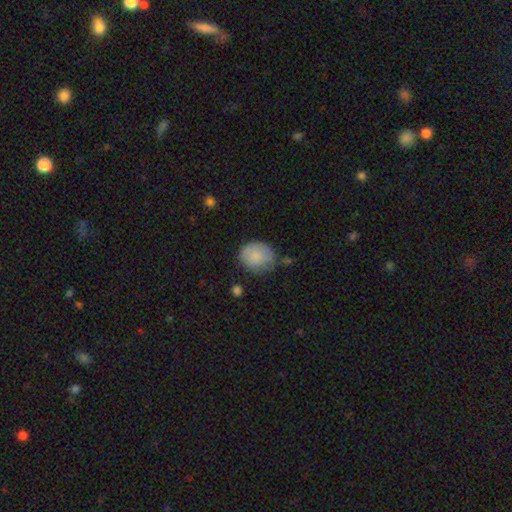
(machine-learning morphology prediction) This appears to be a smooth galaxy with no disk features (80%) that is round (69%). Merging: none (59%).